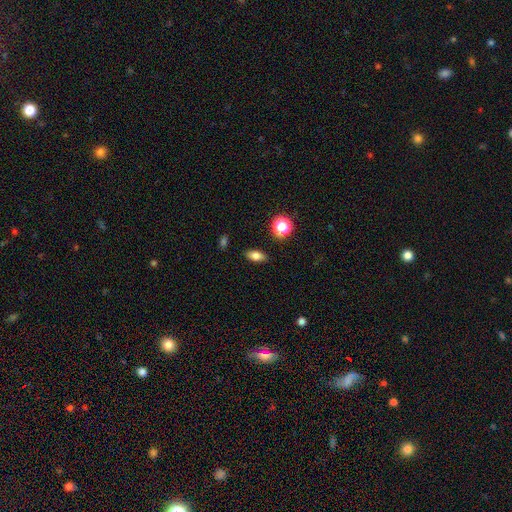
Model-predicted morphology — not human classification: This is likely a smooth galaxy (77%). How rounded: clearly in between (83%). Merging: clearly none (87%).